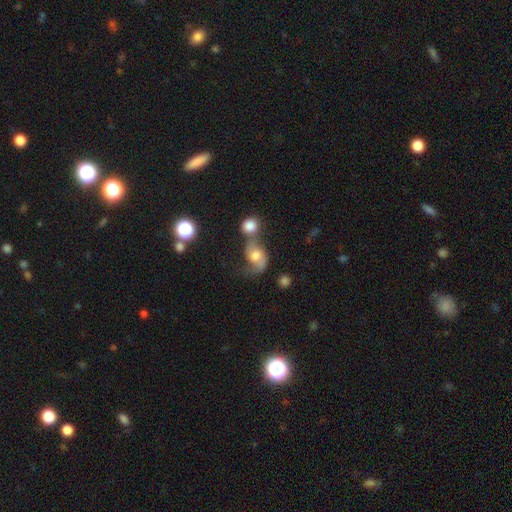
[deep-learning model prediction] This appears to be a featured or disk galaxy (50%). Merging: merger (49%).